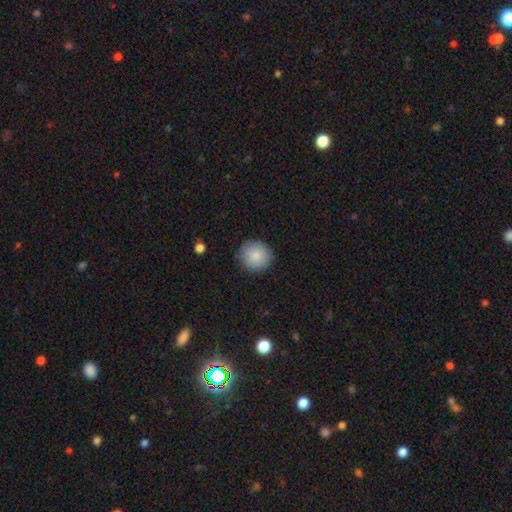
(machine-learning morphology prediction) This is clearly a smooth galaxy (87%). How rounded: clearly round (92%). Merging: clearly none (89%).